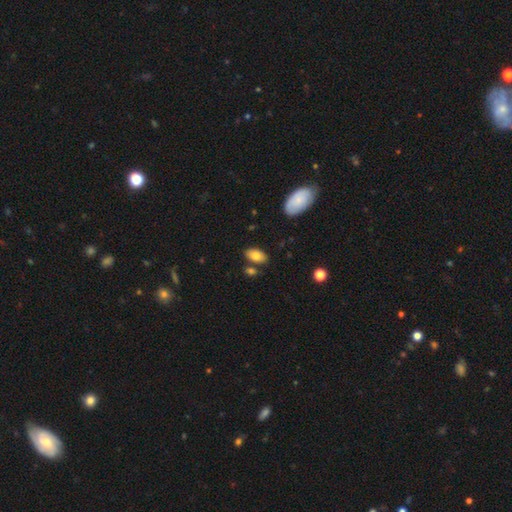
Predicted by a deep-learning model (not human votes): Overall: smooth (80%). How rounded: in between (93%). Merging: none (76%).